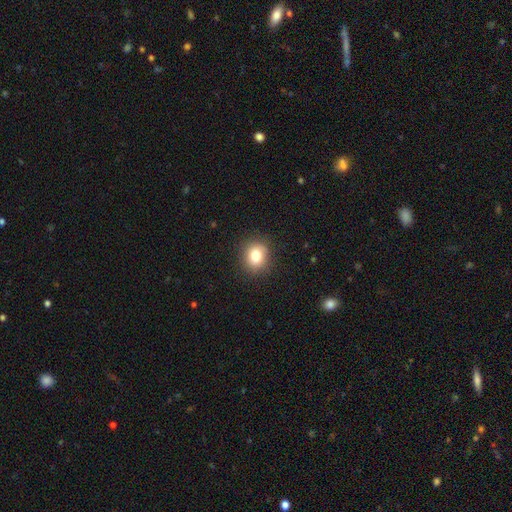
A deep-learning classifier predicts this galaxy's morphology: smooth-or-featured: smooth: 81% | star or artifact: 11% | featured or disk: 8%
  how-rounded: round: 73% | in between: 26% | cigar-shaped: 1%
  merging: none: 87% | minor disturbance: 9% | major disturbance: 3% | merger: 1%